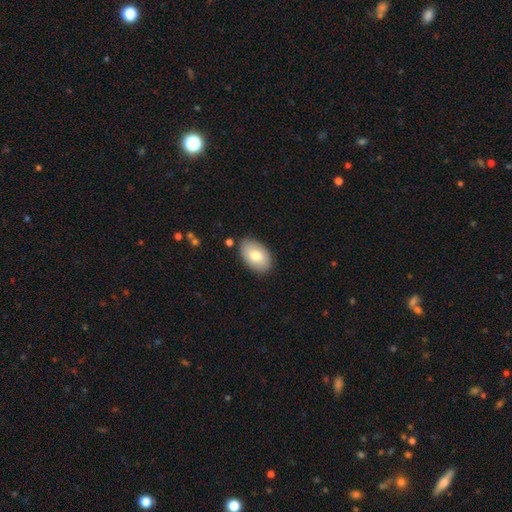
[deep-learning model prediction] Smooth or featured? smooth (78%)
How rounded? in between (92%)
Merging? none (84%)